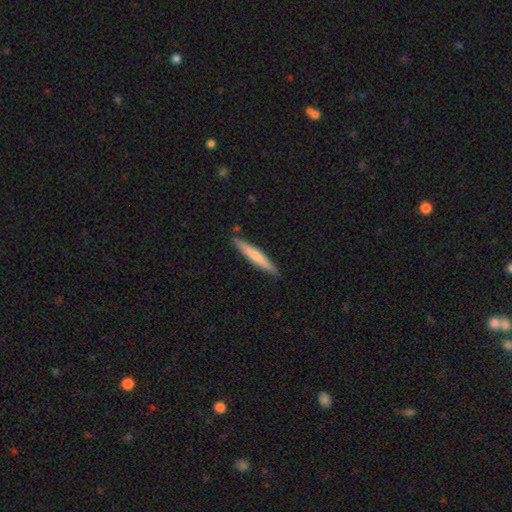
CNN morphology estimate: A smooth galaxy with no disk features (61%) that is cigar-shaped (94%). Merging: none (89%).